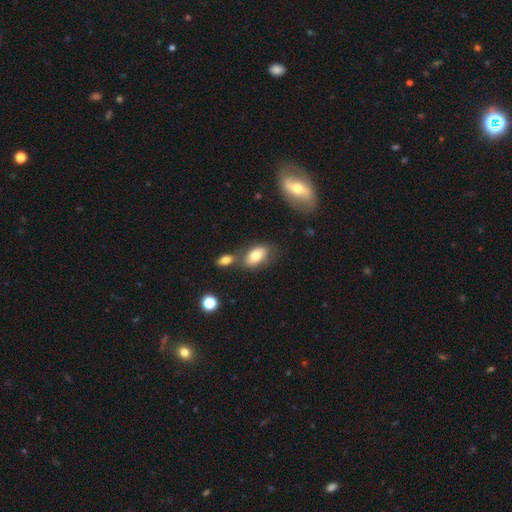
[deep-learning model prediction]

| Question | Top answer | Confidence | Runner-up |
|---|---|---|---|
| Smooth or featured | smooth | 74% | featured or disk (18%) |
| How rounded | in between | 90% | round (7%) |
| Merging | none | 55% | merger (24%) |